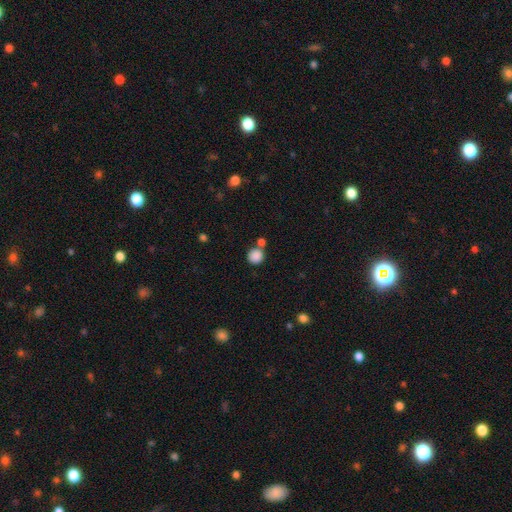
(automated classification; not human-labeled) Morphology: type=smooth (87%); roundness=round (92%); merging=none (65%).